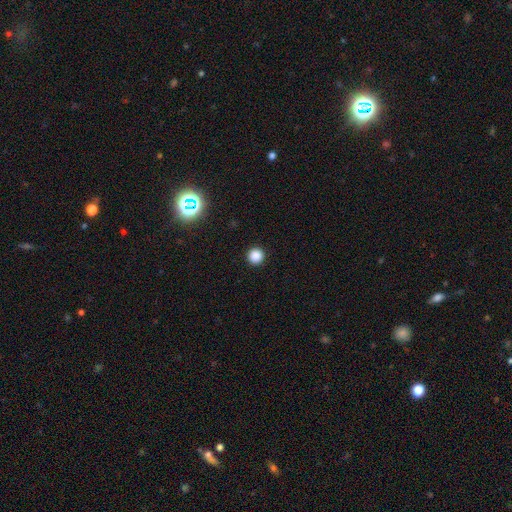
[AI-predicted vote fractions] This appears to be a smooth galaxy with no disk features (86%) that is round (96%). Merging: none (94%).